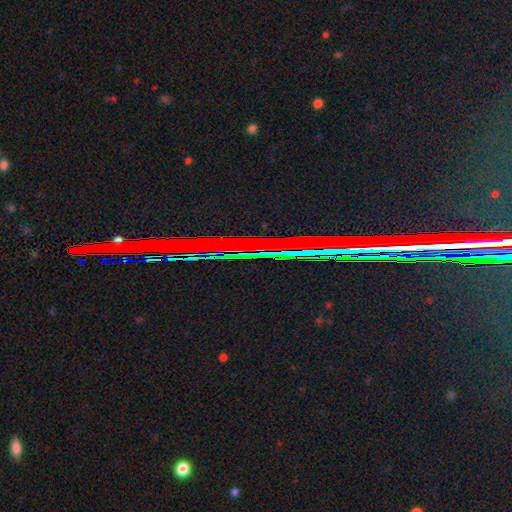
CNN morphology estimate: This is clearly a star or artifact rather than a galaxy (81%).